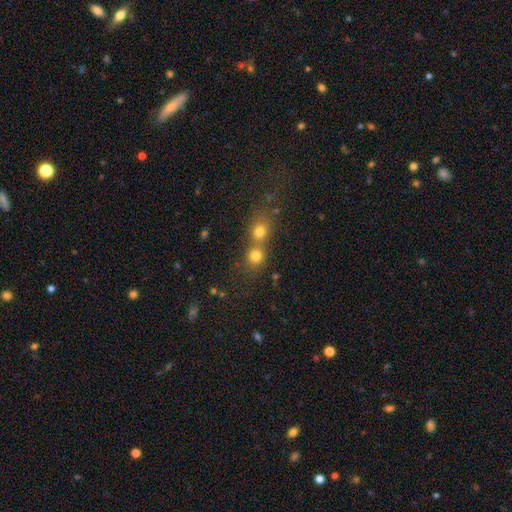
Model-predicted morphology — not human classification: The model was most divided on "merging": merger: 50%, none: 41%, minor disturbance: 6%, major disturbance: 3%. More confident: how rounded — round (83%); smooth or featured — smooth (75%).